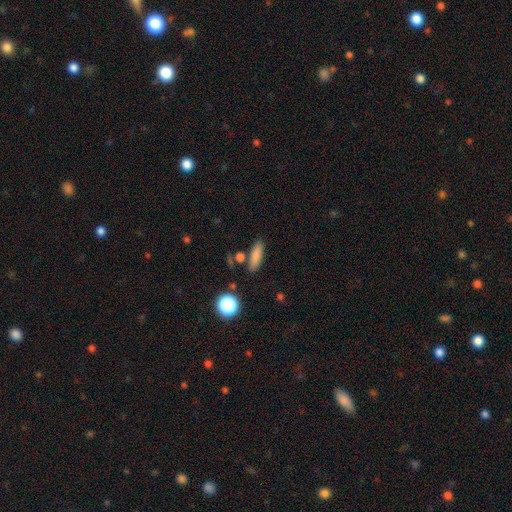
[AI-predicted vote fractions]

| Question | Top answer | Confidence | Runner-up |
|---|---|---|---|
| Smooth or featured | smooth | 81% | star or artifact (11%) |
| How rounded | cigar-shaped | 51% | in between (43%) |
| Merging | none | 81% | minor disturbance (10%) |